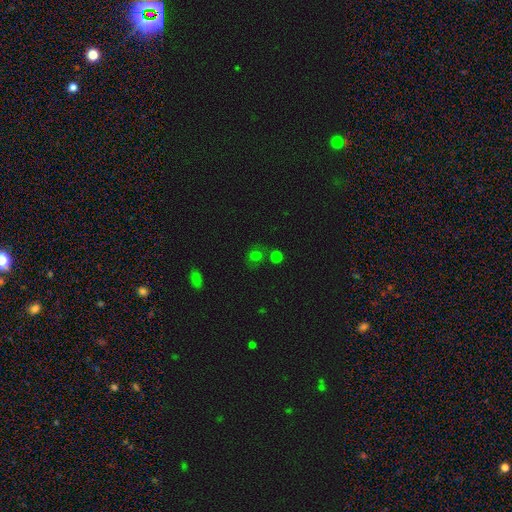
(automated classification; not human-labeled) A smooth galaxy with no disk features (65%) that is round (79%).

Vote fractions:
- Smooth or featured? smooth: 65% / star or artifact: 24% / featured or disk: 11%
- How rounded? round: 79% / in between: 20% / cigar-shaped: 1%
- Merging? none: 66% / merger: 14% / minor disturbance: 13% / major disturbance: 6%